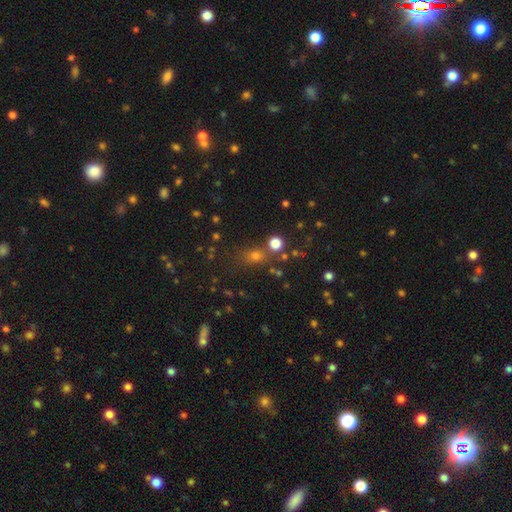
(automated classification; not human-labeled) Smooth or featured? Predicted: smooth (p=0.62). How rounded? Predicted: round (p=0.66). Merging? Predicted: none (p=0.71).